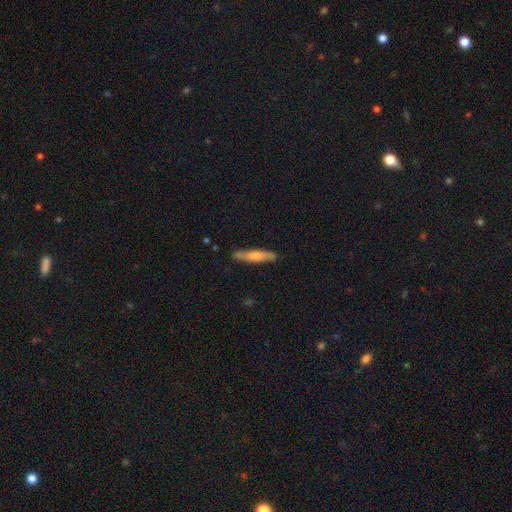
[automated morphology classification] smooth 63%, featured or disk 32%, star or artifact 5%. Down the decision tree: how rounded — cigar-shaped (87%); merging — none (85%).